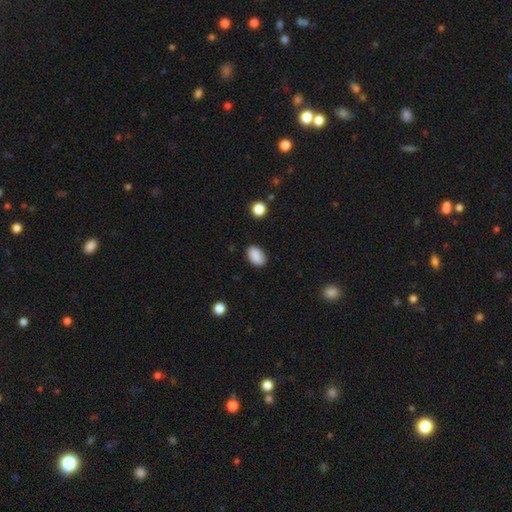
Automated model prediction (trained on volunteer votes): smooth-or-featured: smooth: 87% | star or artifact: 8% | featured or disk: 5%
  how-rounded: in between: 89% | round: 10% | cigar-shaped: 1%
  merging: none: 83% | minor disturbance: 13% | major disturbance: 3% | merger: 1%